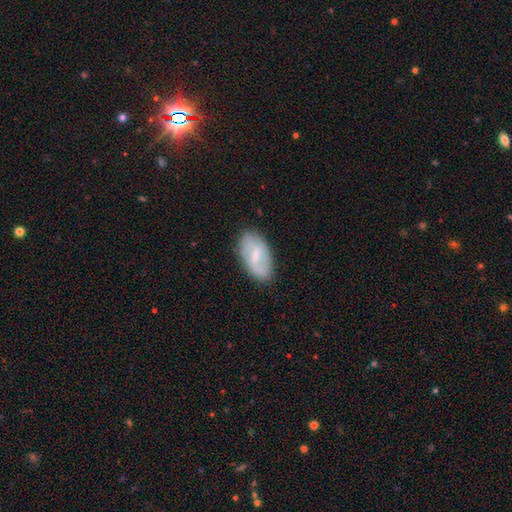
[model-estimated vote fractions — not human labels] Smooth or featured: featured or disk — 48% (smooth — 45%)
Merging: none — 81% (minor disturbance — 14%)